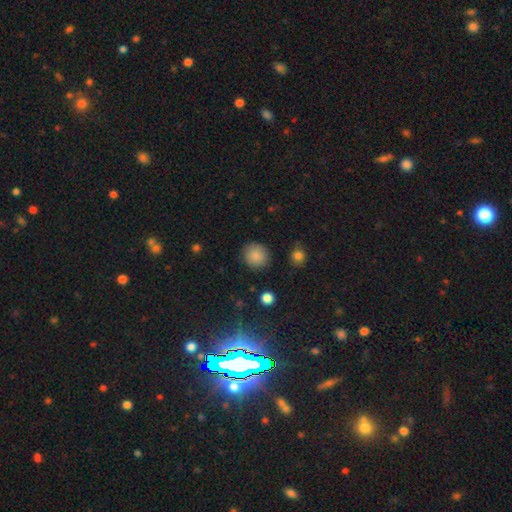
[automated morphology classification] Smooth or featured: smooth — 86% (star or artifact — 9%)
How rounded: round — 91% (in between — 8%)
Merging: none — 87% (minor disturbance — 8%)